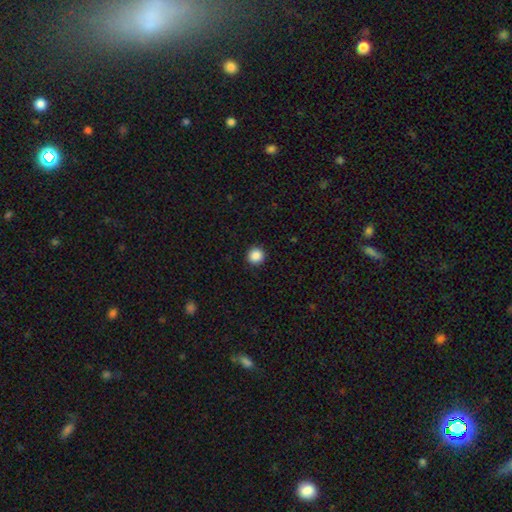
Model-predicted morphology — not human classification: Smooth or featured? smooth (88%)
How rounded? round (95%)
Merging? none (93%)